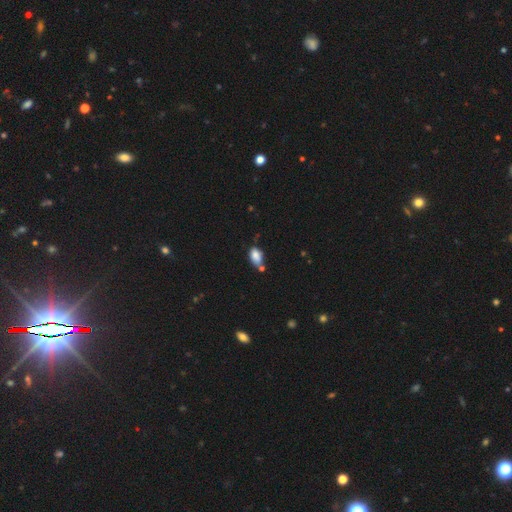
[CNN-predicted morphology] A smooth galaxy with no disk features (83%) that is in between round and cigar-shaped (89%).

Vote fractions:
- Smooth or featured? smooth: 83% / star or artifact: 9% / featured or disk: 8%
- How rounded? in between: 89% / round: 9% / cigar-shaped: 2%
- Merging? none: 47% / minor disturbance: 24% / merger: 23% / major disturbance: 6%